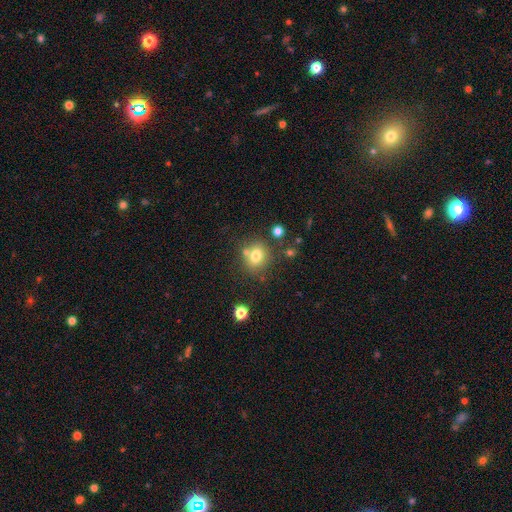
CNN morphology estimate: type=smooth (75%); roundness=round (72%); merging=none (68%).